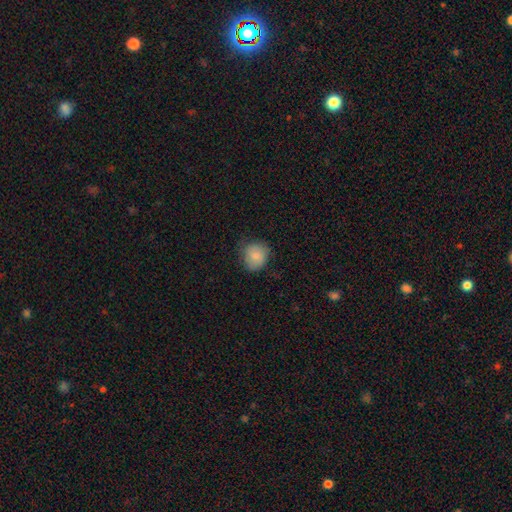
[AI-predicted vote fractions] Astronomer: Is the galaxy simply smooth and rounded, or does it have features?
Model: smooth — 83%.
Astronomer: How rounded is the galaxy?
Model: round — 77%.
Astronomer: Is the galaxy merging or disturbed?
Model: none — 67%.